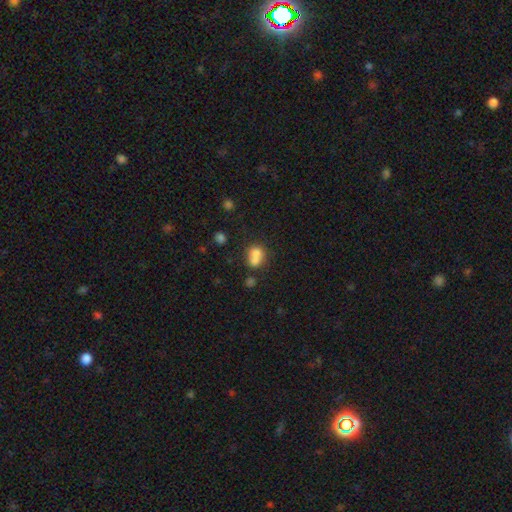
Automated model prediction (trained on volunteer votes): This is likely a smooth galaxy (71%). How rounded: likely round (60%). Merging: likely merger (61%).